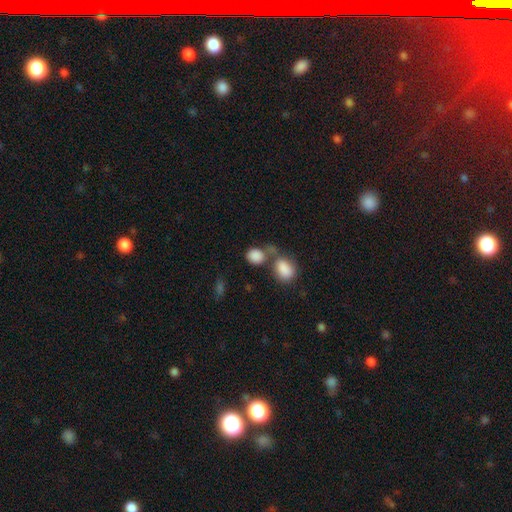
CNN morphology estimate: Q: Smooth or featured?
A: smooth (87%); runner-up: star or artifact (7%)
Q: How rounded?
A: in between (54%); runner-up: round (44%)
Q: Merging?
A: merger (47%); runner-up: none (36%)